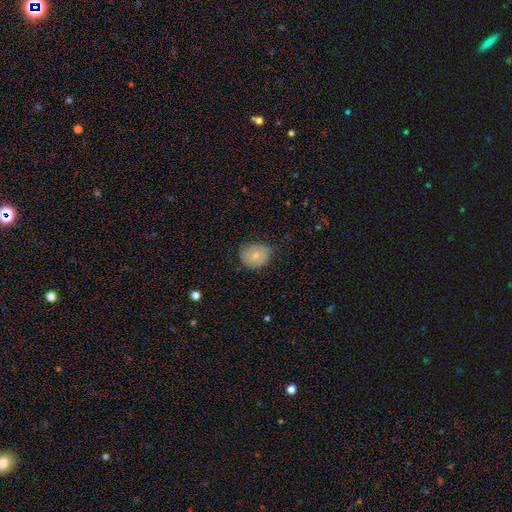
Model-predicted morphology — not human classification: Smooth or featured?
  - smooth: 78% *
  - featured or disk: 15%
  - star or artifact: 7%
How rounded?
  - round: 59% *
  - in between: 40%
  - cigar-shaped: 1%
Merging?
  - none: 70% *
  - minor disturbance: 24%
  - major disturbance: 5%
  - merger: 1%